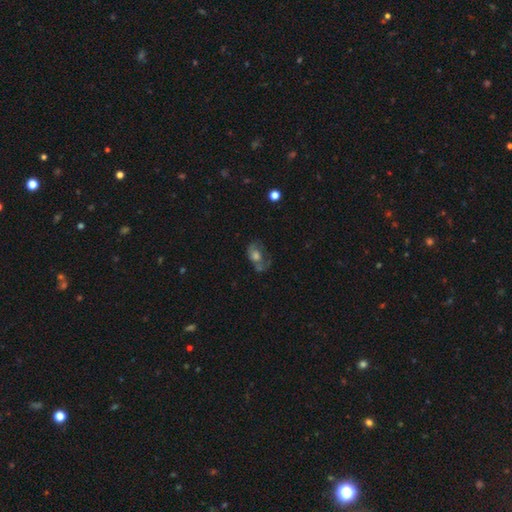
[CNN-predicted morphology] Smooth or featured: featured or disk — 46% (smooth — 37%)
Merging: none — 44% (major disturbance — 26%)